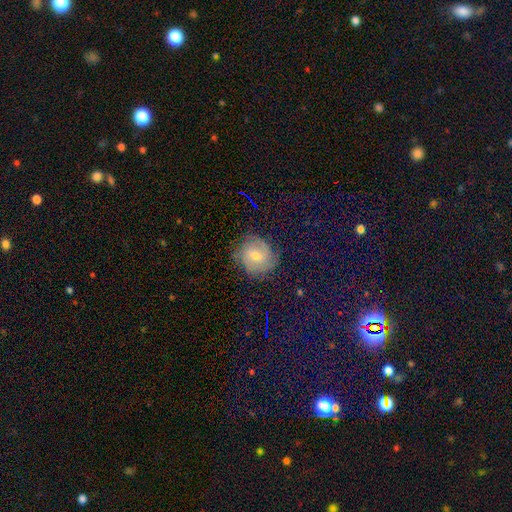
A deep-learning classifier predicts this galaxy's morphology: The model was most divided on "bar": no: 49%, weak: 42%, strong: 8%. Remaining: edge-on disk — no (97%); spiral arms — yes (89%); merging — none (78%); spiral winding — tight (59%); smooth or featured — featured or disk (58%); bulge size — moderate (53%); spiral arm count — can't tell (38%).